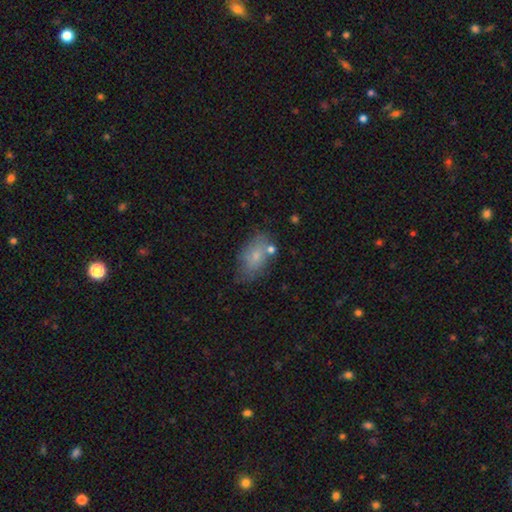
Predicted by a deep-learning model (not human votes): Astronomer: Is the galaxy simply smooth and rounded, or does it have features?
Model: smooth — 72%.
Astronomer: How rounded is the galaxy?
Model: in between — 89%.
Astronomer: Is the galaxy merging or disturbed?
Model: none — 61%.